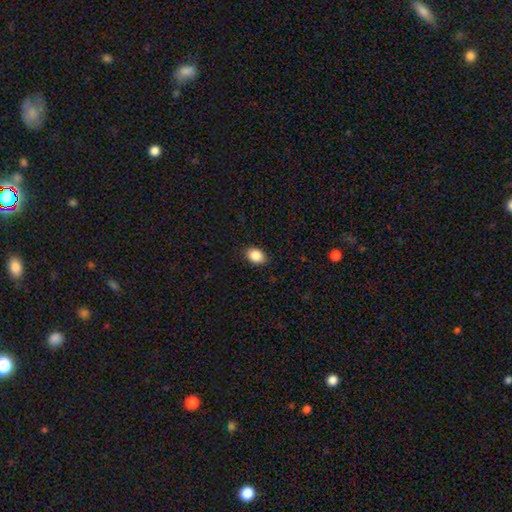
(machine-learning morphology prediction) Smooth or featured? smooth (88%)
How rounded? in between (76%)
Merging? none (87%)